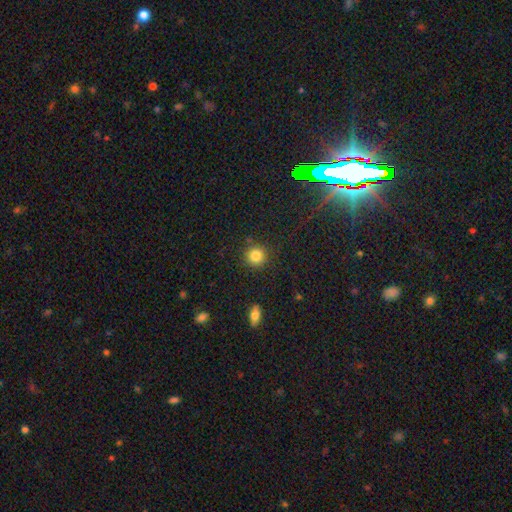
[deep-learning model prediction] Smooth or featured? smooth (84%)
How rounded? round (92%)
Merging? none (88%)